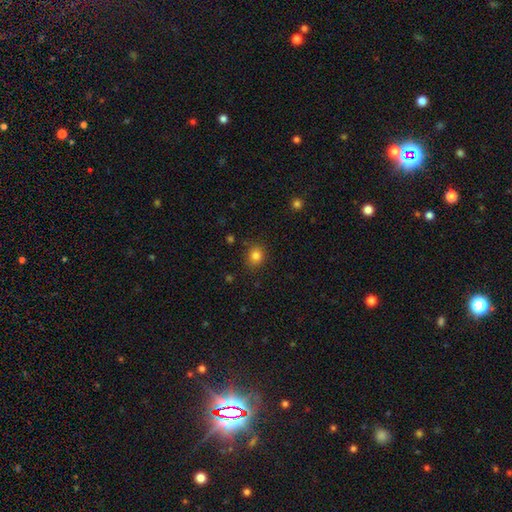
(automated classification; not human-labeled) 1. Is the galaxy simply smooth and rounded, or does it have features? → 82% smooth, 12% star or artifact, 5% featured or disk.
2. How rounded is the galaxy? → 78% round, 21% in between, 1% cigar-shaped.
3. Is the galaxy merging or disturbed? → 85% none, 11% minor disturbance, 3% major disturbance, 2% merger.